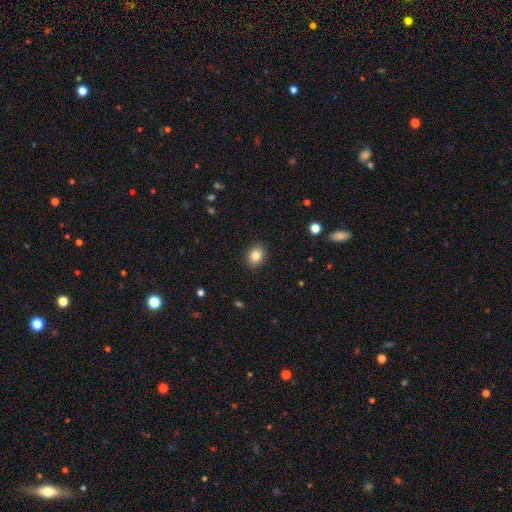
Smooth or featured? smooth (87%)
How rounded? in between (53%)
Merging? none (91%)